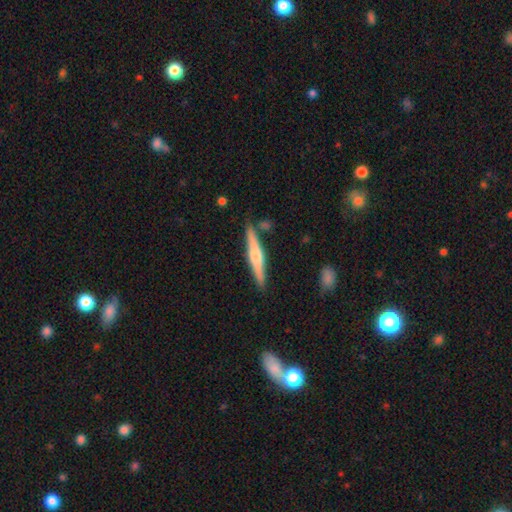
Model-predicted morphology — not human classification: The model was most divided on "smooth or featured": featured or disk: 57%, smooth: 37%, star or artifact: 6%. More confident: edge-on disk — yes (97%); merging — none (85%); edge-on bulge — rounded (84%).